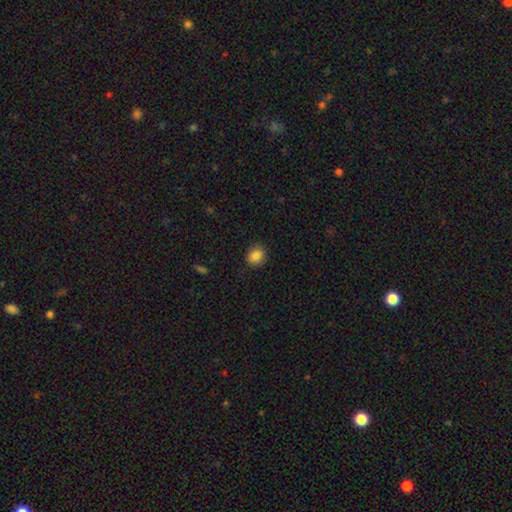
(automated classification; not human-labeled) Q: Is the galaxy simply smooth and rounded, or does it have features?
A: smooth — 86%.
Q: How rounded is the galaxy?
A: round — 62%.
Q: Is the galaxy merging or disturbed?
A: none — 86%.